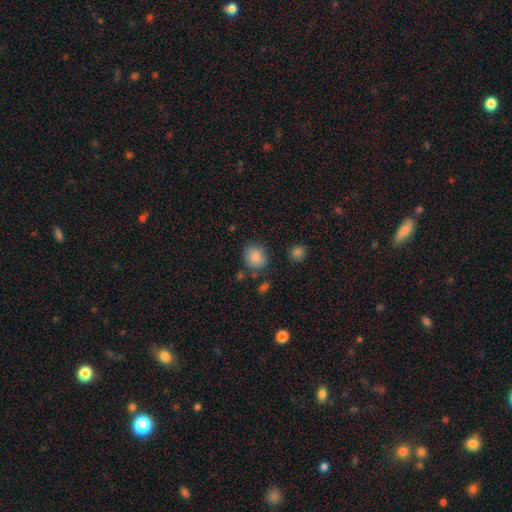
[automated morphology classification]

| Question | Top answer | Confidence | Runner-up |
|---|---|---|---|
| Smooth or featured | smooth | 84% | star or artifact (10%) |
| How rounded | round | 75% | in between (24%) |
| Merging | none | 79% | minor disturbance (13%) |